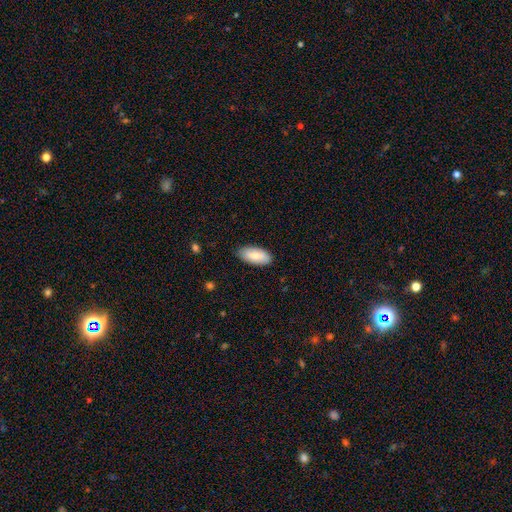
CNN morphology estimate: Overall: smooth (77%). How rounded: in between (90%). Merging: none (86%).